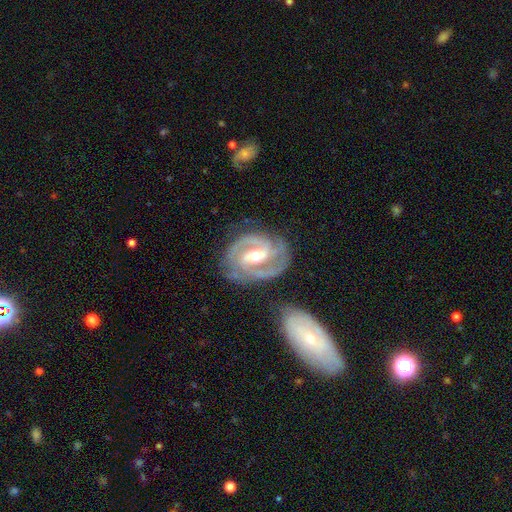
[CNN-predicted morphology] A featured or disk galaxy (91%) with a strong bar (45%), 2 (75%) tight (50%) spiral arms (98%) and a moderate central bulge (61%). Merging: none (74%).